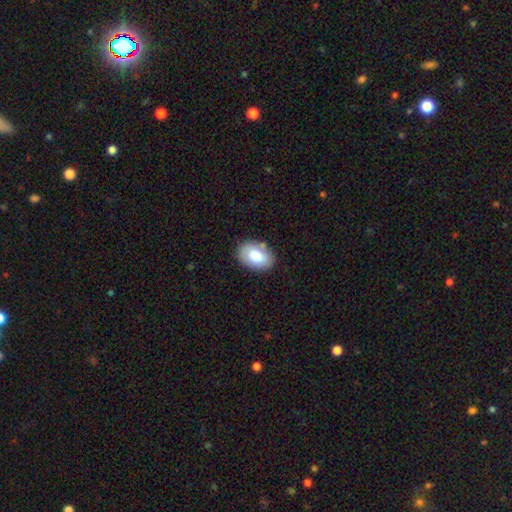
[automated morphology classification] Smooth or featured?
  - smooth: 82% *
  - featured or disk: 11%
  - star or artifact: 6%
How rounded?
  - in between: 89% *
  - round: 10%
  - cigar-shaped: 1%
Merging?
  - none: 80% *
  - minor disturbance: 14%
  - major disturbance: 3%
  - merger: 3%